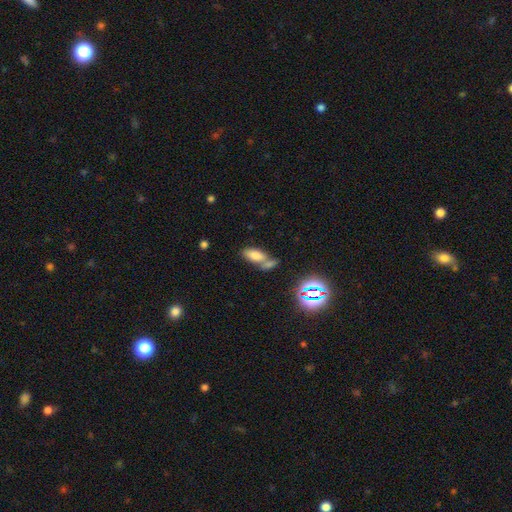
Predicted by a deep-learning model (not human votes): smooth_or_featured: smooth (p=0.74) [alt: star or artifact p=0.16]
how_rounded: in between (p=0.88) [alt: cigar-shaped p=0.08]
merging: merger (p=0.47) [alt: none p=0.38]